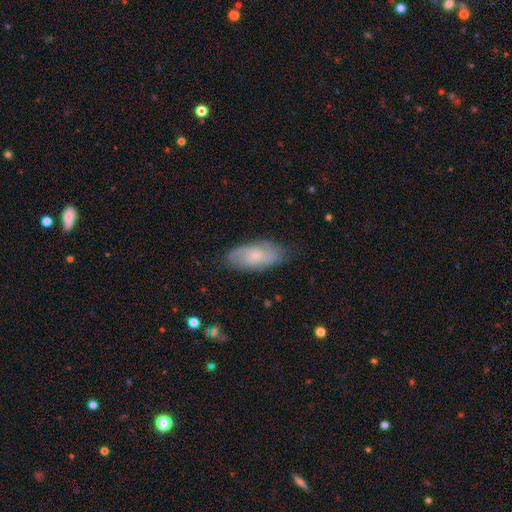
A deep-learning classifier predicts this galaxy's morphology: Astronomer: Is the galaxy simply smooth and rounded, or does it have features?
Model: smooth — 58% (runner-up: featured or disk, 35%).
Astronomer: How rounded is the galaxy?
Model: in between — 89%.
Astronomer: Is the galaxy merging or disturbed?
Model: none — 72%.